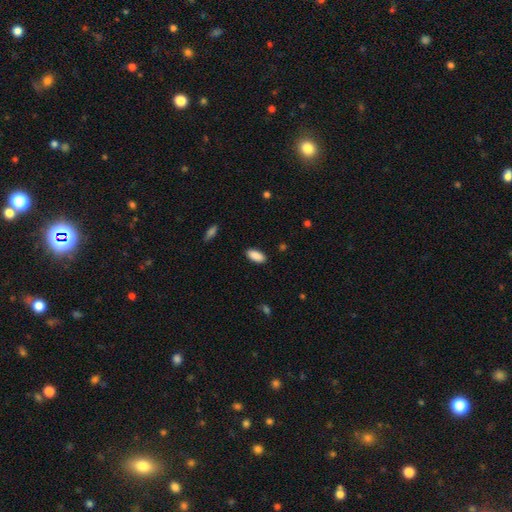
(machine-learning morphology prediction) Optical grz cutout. It shows a smooth galaxy with no disk features (90%) that is in between round and cigar-shaped (91%). Merging: none (88%).